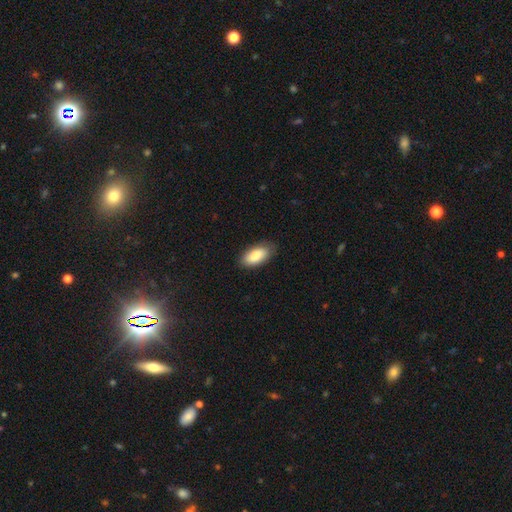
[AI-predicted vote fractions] smooth-or-featured: smooth: 86% | featured or disk: 8% | star or artifact: 6%
  how-rounded: in between: 91% | cigar-shaped: 7% | round: 2%
  merging: none: 82% | minor disturbance: 14% | major disturbance: 3% | merger: 1%